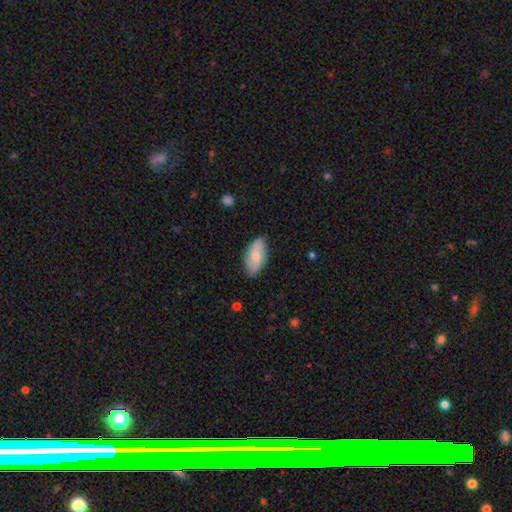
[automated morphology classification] Smooth or featured? Predicted: smooth (p=0.64). How rounded? Predicted: in between (p=0.92). Merging? Predicted: none (p=0.78).